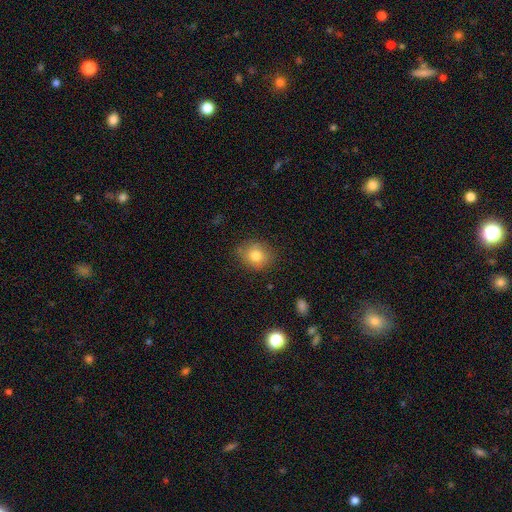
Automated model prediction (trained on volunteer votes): Overall: smooth (80%). How rounded: round (66%; in between 33%). Merging: none (80%).